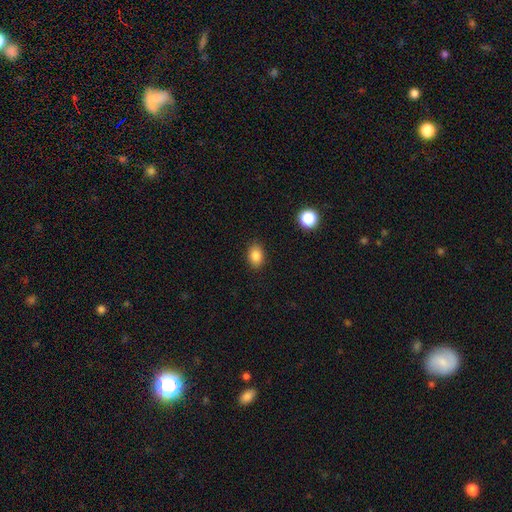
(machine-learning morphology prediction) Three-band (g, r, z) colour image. It shows a smooth galaxy with no disk features (85%) that is in between round and cigar-shaped (78%). Merging: none (87%).